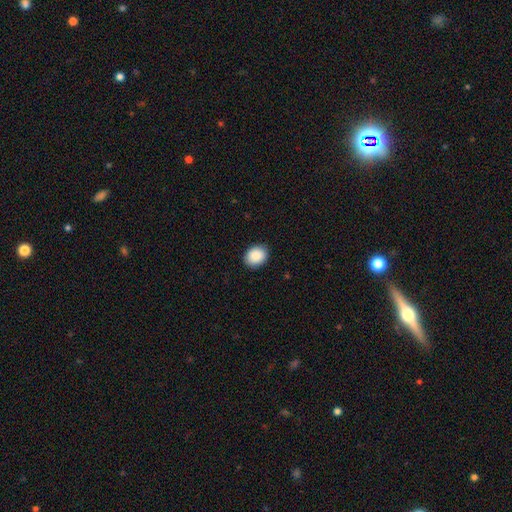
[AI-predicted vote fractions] Morphology: type=smooth (90%); roundness=in between (56%); merging=none (89%).